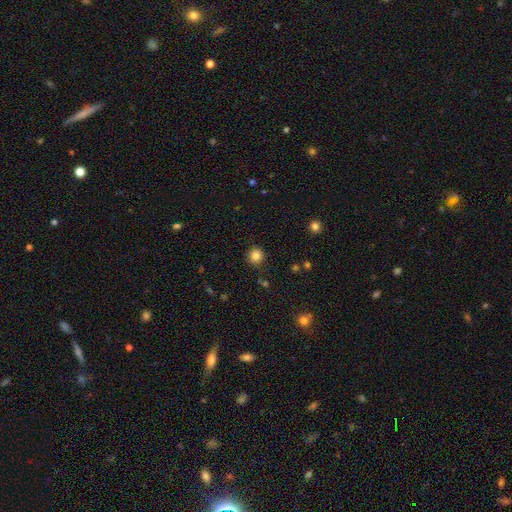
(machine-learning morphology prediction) Smooth or featured? Predicted: smooth (p=0.83). How rounded? Predicted: round (p=0.92). Merging? Predicted: none (p=0.88).